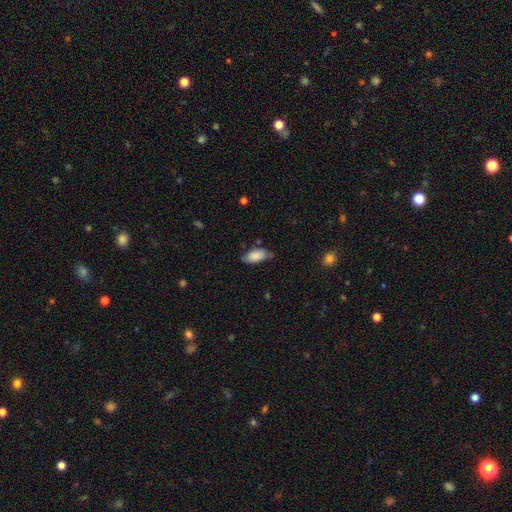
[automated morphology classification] This appears to be a smooth galaxy with no disk features (85%) that is in between round and cigar-shaped (91%). Merging: none (64%).